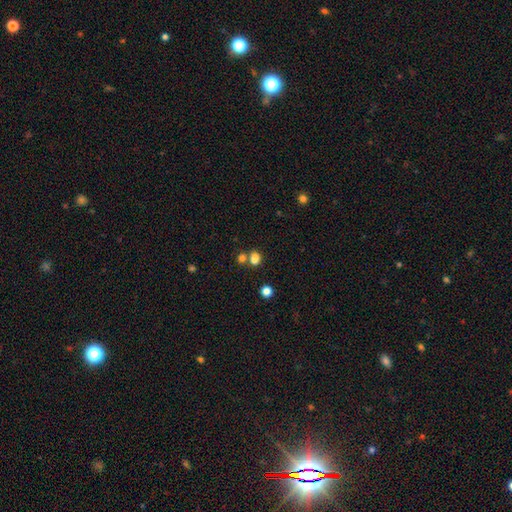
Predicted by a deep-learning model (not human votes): smooth 45%, star or artifact 42%, featured or disk 13%. Down the decision tree: merging — none (59%).